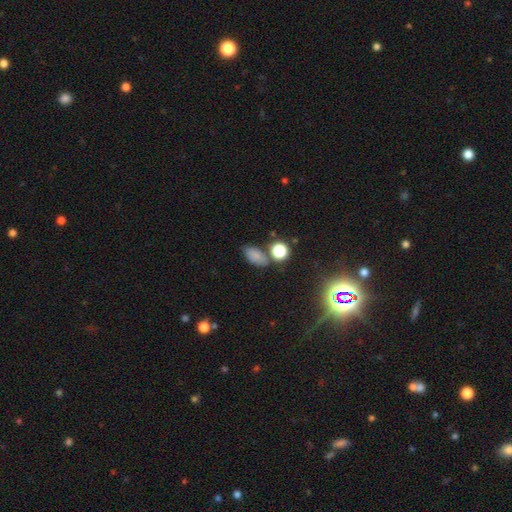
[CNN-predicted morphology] Smooth or featured? Predicted: smooth (p=0.78). How rounded? Predicted: in between (p=0.85). Merging? Predicted: none (p=0.68).